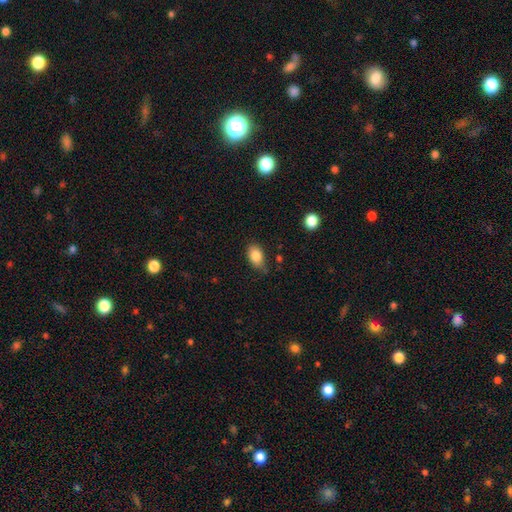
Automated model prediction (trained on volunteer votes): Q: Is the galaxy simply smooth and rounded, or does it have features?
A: smooth — 85%.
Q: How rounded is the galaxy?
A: in between — 87%.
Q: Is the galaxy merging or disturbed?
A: none — 71%.